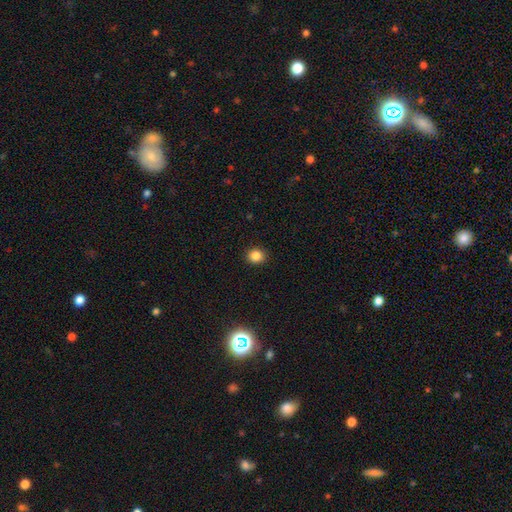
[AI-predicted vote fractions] Smooth or featured? smooth (85%)
How rounded? round (76%)
Merging? none (92%)